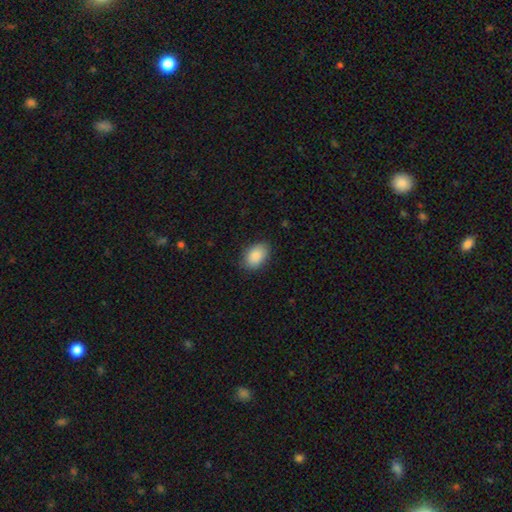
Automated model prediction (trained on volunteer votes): A smooth galaxy with no disk features (89%) that is in between round and cigar-shaped (89%). Merging: none (85%).